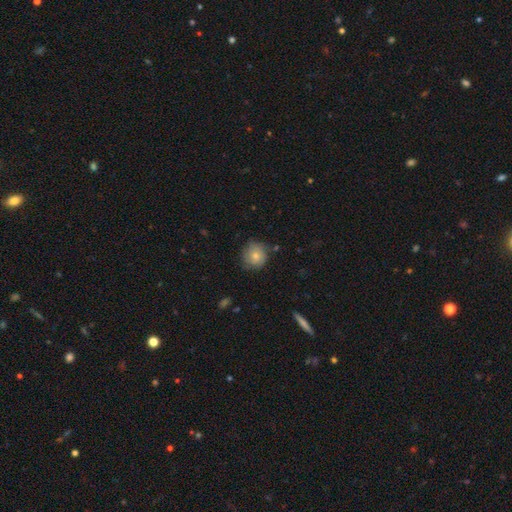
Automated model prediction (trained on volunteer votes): The model was most divided on "merging": none: 78%, minor disturbance: 17%, major disturbance: 3%, merger: 2%. More confident: how rounded — round (91%); smooth or featured — smooth (77%).